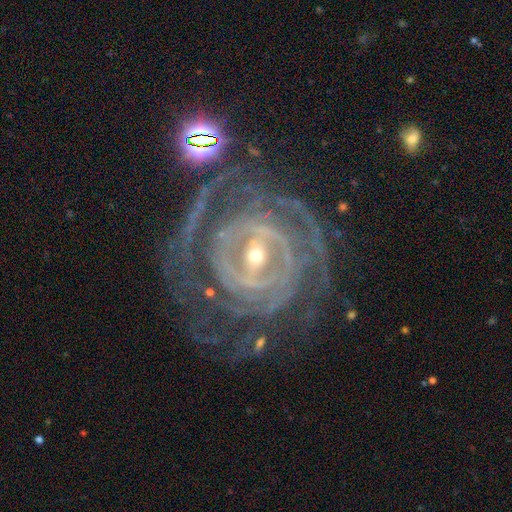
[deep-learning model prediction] Smooth or featured: featured or disk — 89% (star or artifact — 6%)
Edge-on disk: no — 96% (yes — 4%)
Bar: strong — 43% (weak — 38%)
Spiral arms: yes — 95% (no — 5%)
Spiral winding: tight — 80% (medium — 17%)
Spiral arm count: can't tell — 32% (2 — 18%)
Bulge size: small — 62% (moderate — 34%)
Merging: none — 67% (minor disturbance — 16%)